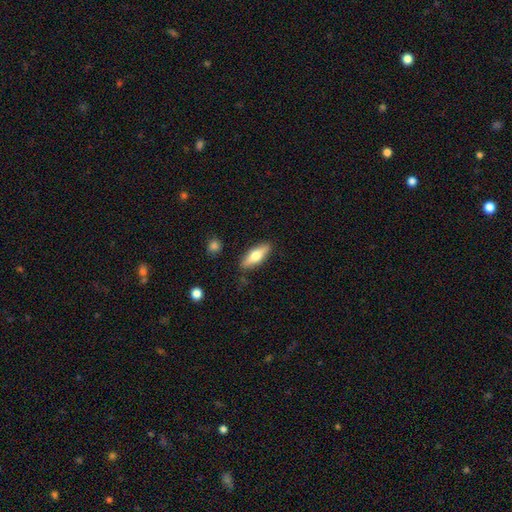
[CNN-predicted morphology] The model was most divided on "how rounded": in between: 54%, cigar-shaped: 43%, round: 3%. More confident: merging — none (86%); smooth or featured — smooth (59%).